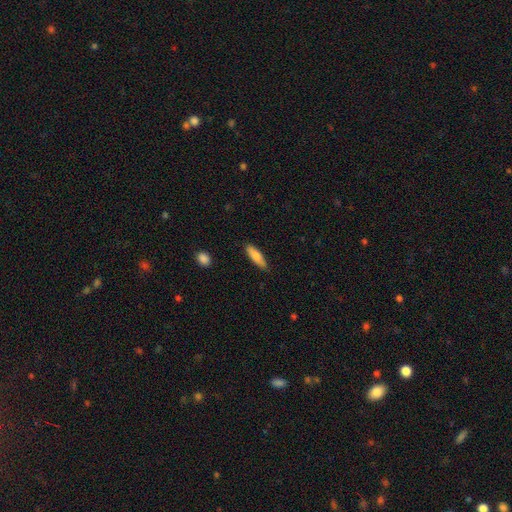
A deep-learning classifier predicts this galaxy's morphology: A smooth galaxy with no disk features (82%) that is cigar-shaped (54%).

Vote fractions:
- Smooth or featured? smooth: 82% / featured or disk: 12% / star or artifact: 6%
- How rounded? cigar-shaped: 54% / in between: 45% / round: 2%
- Merging? none: 83% / minor disturbance: 14% / major disturbance: 2% / merger: 1%